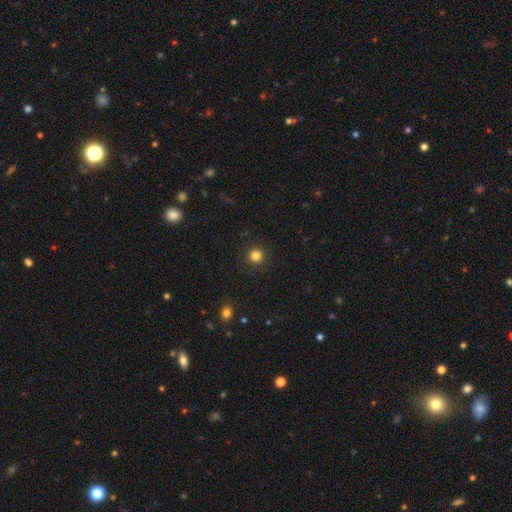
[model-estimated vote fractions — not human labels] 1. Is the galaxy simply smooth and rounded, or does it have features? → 84% smooth, 12% star or artifact, 4% featured or disk.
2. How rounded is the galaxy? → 95% round, 4% in between, 1% cigar-shaped.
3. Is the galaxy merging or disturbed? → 92% none, 5% minor disturbance, 2% major disturbance, 1% merger.